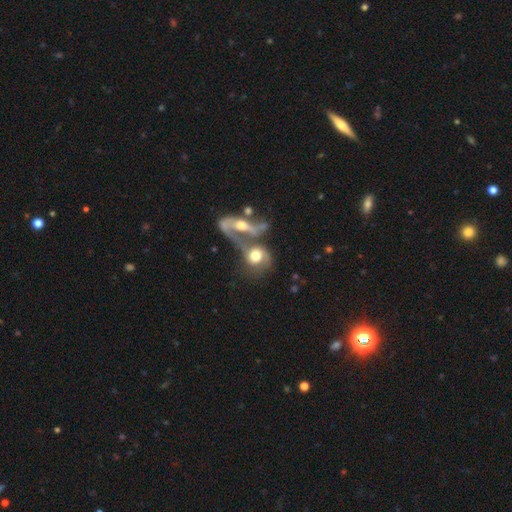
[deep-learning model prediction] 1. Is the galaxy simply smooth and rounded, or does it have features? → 52% featured or disk, 40% smooth, 8% star or artifact.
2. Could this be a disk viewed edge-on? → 92% no, 8% yes.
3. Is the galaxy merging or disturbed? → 70% merger, 12% none, 11% major disturbance, 6% minor disturbance.